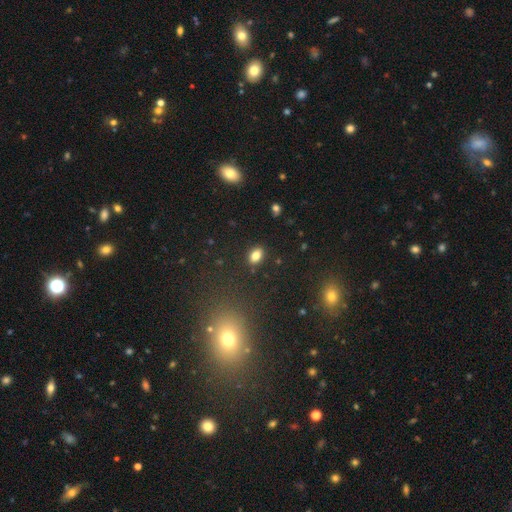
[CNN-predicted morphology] smooth_or_featured: smooth (p=0.81) [alt: star or artifact p=0.11]
how_rounded: in between (p=0.82) [alt: round p=0.16]
merging: none (p=0.86) [alt: minor disturbance p=0.09]